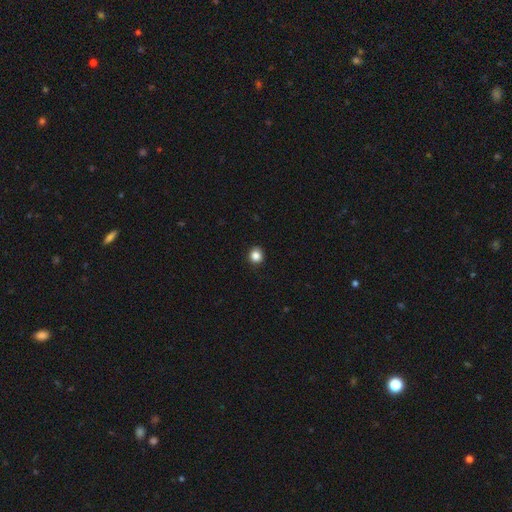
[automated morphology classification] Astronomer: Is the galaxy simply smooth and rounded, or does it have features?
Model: smooth — 85%.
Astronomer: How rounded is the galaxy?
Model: round — 87%.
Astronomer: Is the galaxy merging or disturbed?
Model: none — 91%.